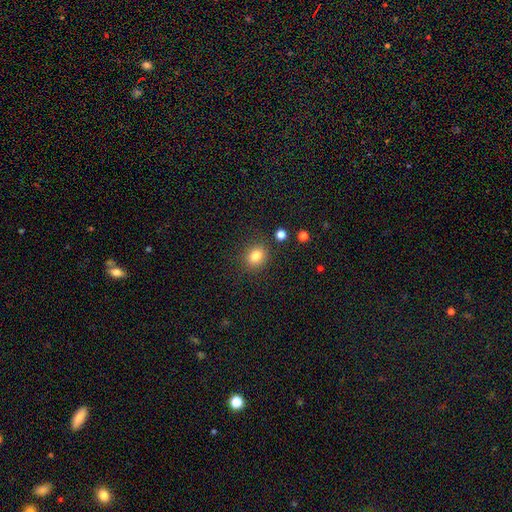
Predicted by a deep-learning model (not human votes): The model was most divided on "how rounded": round: 69%, in between: 30%, cigar-shaped: 1%. More confident: merging — none (84%); smooth or featured — smooth (81%).